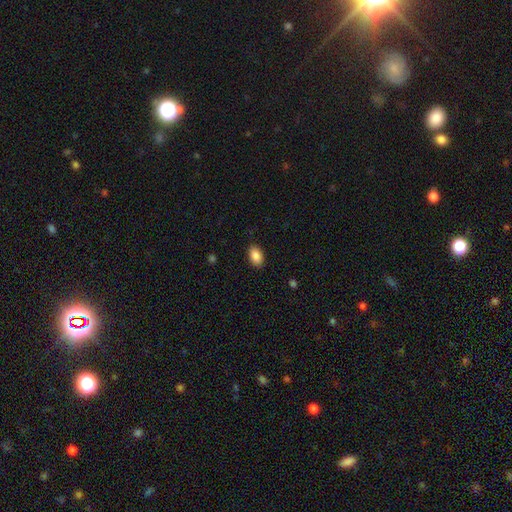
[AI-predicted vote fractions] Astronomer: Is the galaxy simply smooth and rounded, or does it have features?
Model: smooth — 88%.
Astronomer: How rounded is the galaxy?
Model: in between — 92%.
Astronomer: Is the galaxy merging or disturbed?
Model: none — 88%.